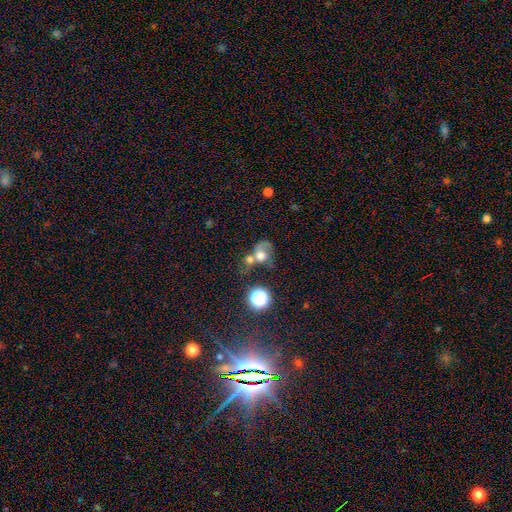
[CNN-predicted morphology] featured or disk 43%, smooth 32%, star or artifact 25%. Down the decision tree: merging — merger (44%).